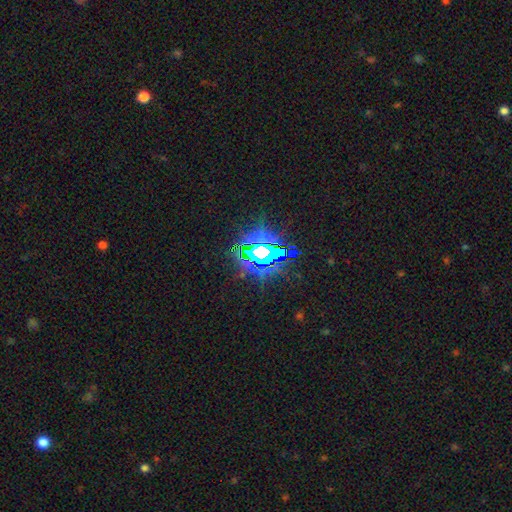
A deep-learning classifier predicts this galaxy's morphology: Smooth or featured? star or artifact (74%)